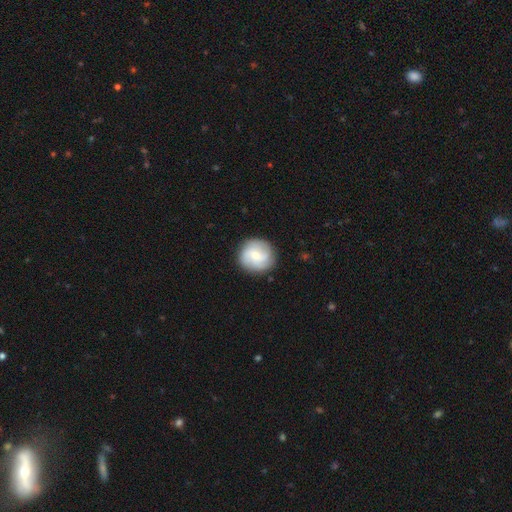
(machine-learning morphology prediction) The model was most divided on "bar": no: 52%, weak: 40%, strong: 8%. More confident: edge-on disk — no (97%); merging — none (86%); spiral arms — yes (86%); bulge size — small (55%); smooth or featured — featured or disk (54%).